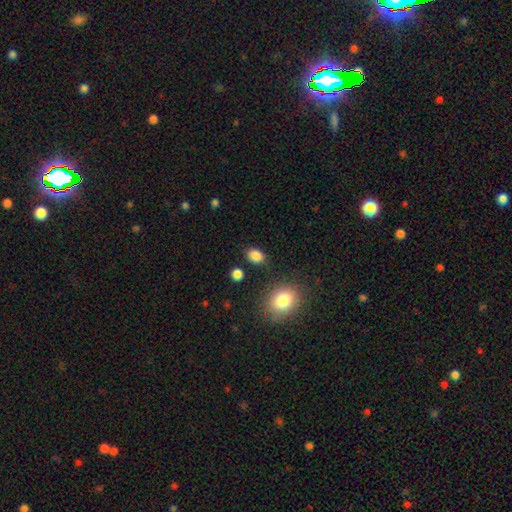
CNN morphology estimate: A smooth galaxy with no disk features (85%) that is in between round and cigar-shaped (70%).

Vote fractions:
- Smooth or featured? smooth: 85% / star or artifact: 10% / featured or disk: 4%
- How rounded? in between: 70% / round: 28% / cigar-shaped: 1%
- Merging? none: 83% / minor disturbance: 10% / merger: 3% / major disturbance: 3%